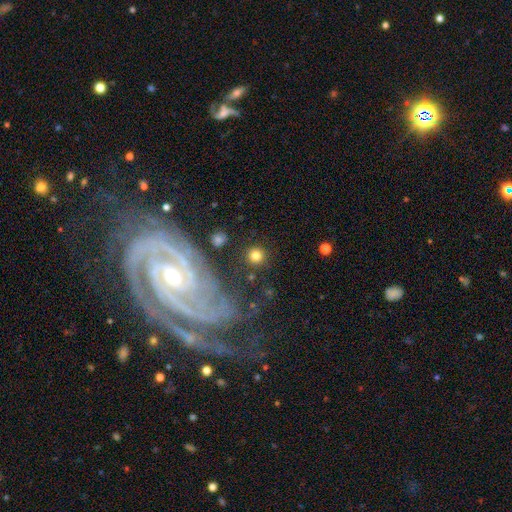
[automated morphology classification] A smooth galaxy with no disk features (80%) that is round (94%).

Vote fractions:
- Smooth or featured? smooth: 80% / star or artifact: 11% / featured or disk: 8%
- How rounded? round: 94% / in between: 5% / cigar-shaped: 1%
- Merging? none: 89% / minor disturbance: 6% / major disturbance: 3% / merger: 3%